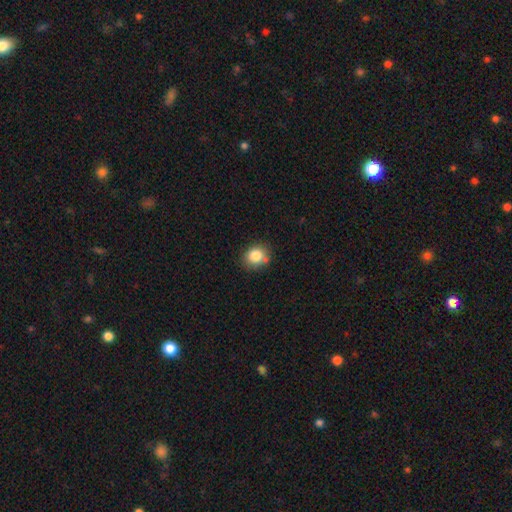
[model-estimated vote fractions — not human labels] Smooth or featured? smooth (83%)
How rounded? round (70%)
Merging? none (73%)